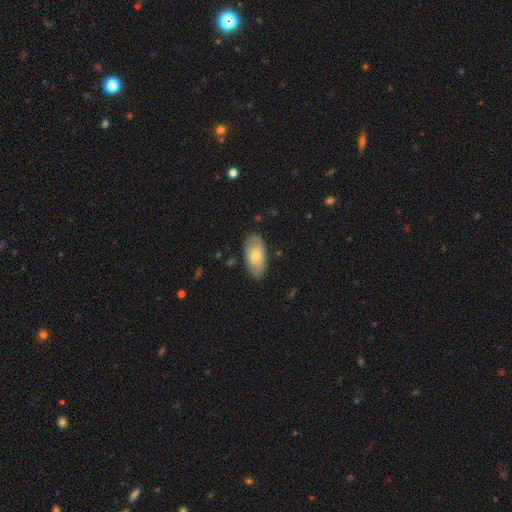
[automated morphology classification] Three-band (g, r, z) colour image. It shows a smooth galaxy with no disk features (62%) that is in between round and cigar-shaped (93%). Merging: none (80%).